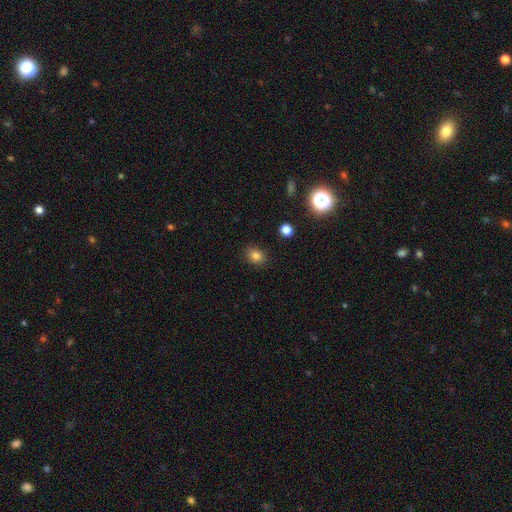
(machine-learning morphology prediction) This is clearly a smooth galaxy (81%). How rounded: possibly in between (54%). Merging: clearly none (87%).